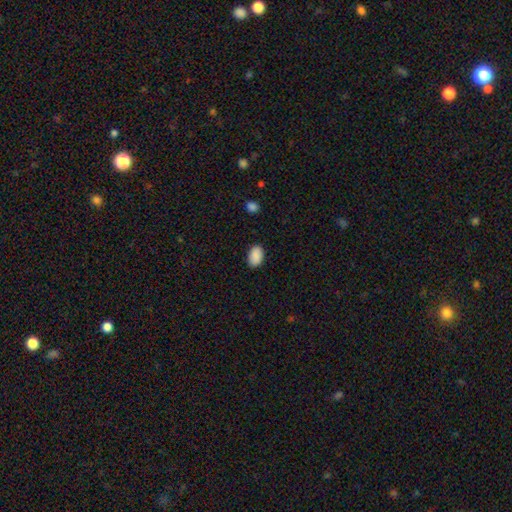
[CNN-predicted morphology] type=smooth (90%); roundness=in between (91%); merging=none (88%).